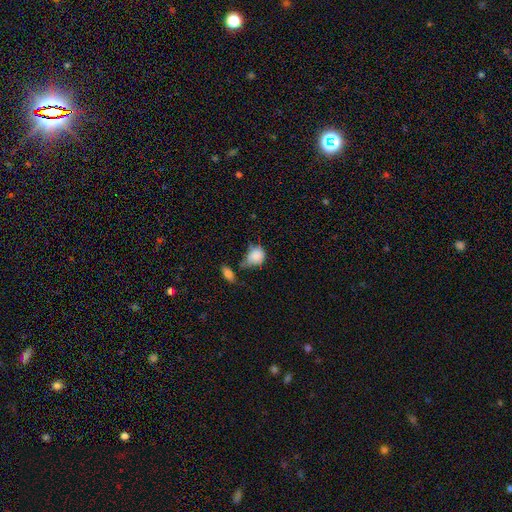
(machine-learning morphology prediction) Smooth or featured? smooth (79%)
How rounded? in between (52%)
Merging? minor disturbance (33%)